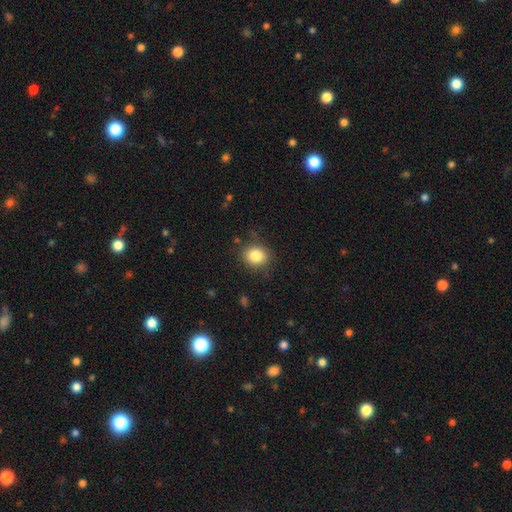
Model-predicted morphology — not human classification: This appears to be a smooth galaxy with no disk features (84%) that is round (67%). Merging: none (82%).